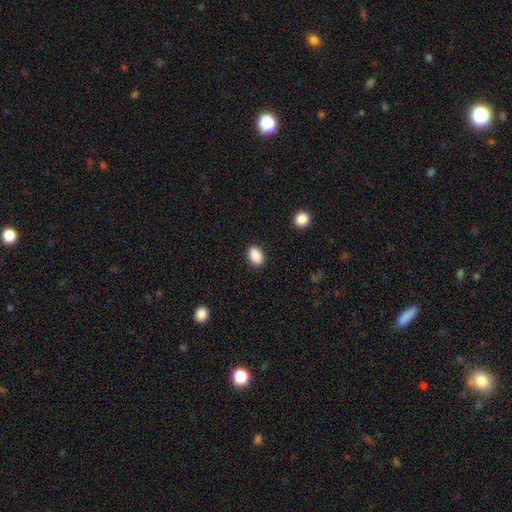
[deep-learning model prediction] Smooth or featured: smooth — 89% (star or artifact — 8%)
How rounded: in between — 85% (round — 14%)
Merging: none — 87% (minor disturbance — 9%)